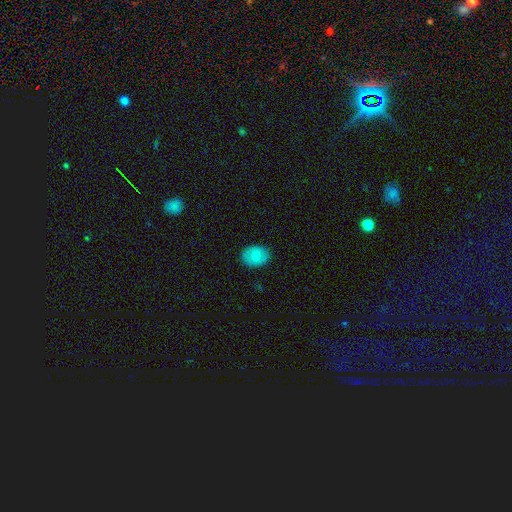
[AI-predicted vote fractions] smooth-or-featured: smooth: 79% | featured or disk: 14% | star or artifact: 8%
  how-rounded: in between: 66% | round: 33% | cigar-shaped: 1%
  merging: none: 87% | minor disturbance: 10% | major disturbance: 2% | merger: 1%